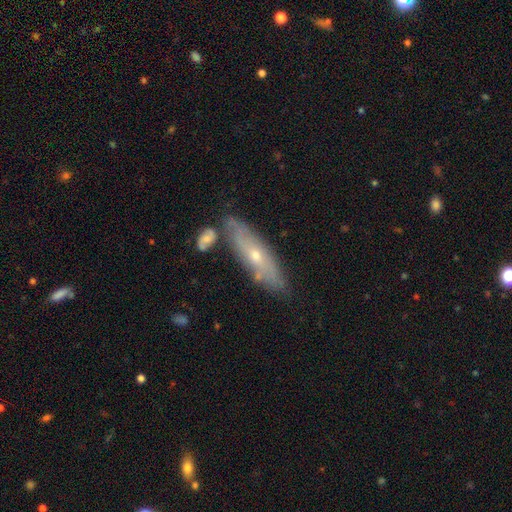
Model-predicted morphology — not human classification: Q: Smooth or featured?
A: featured or disk (57%); runner-up: smooth (36%)
Q: Edge-on disk?
A: no (56%); runner-up: yes (44%)
Q: Merging?
A: none (72%); runner-up: minor disturbance (17%)